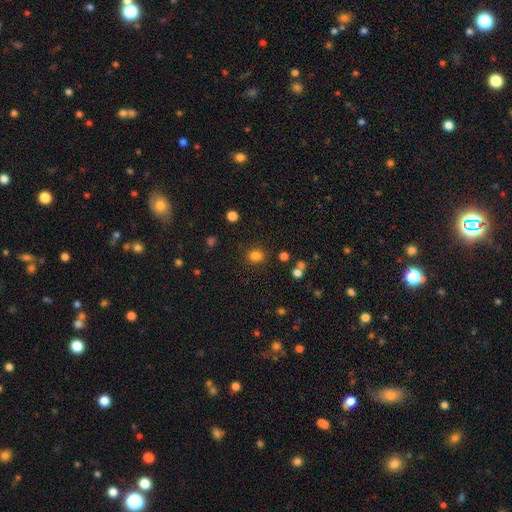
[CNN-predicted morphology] Overall: smooth (82%). How rounded: round (71%). Merging: none (86%).